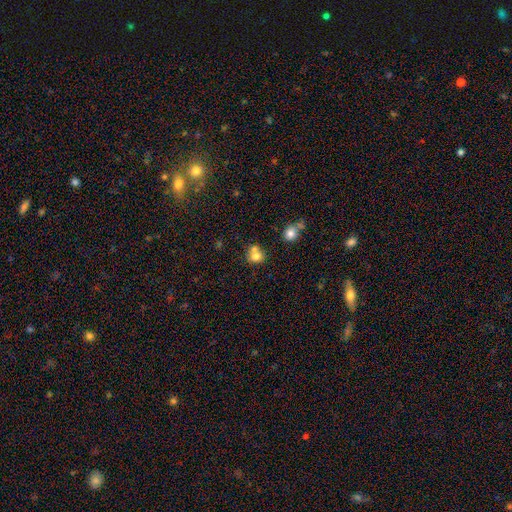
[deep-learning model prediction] smooth-or-featured: smooth: 75% | featured or disk: 13% | star or artifact: 12%
  how-rounded: round: 77% | in between: 22% | cigar-shaped: 1%
  merging: merger: 44% | none: 42% | minor disturbance: 10% | major disturbance: 4%